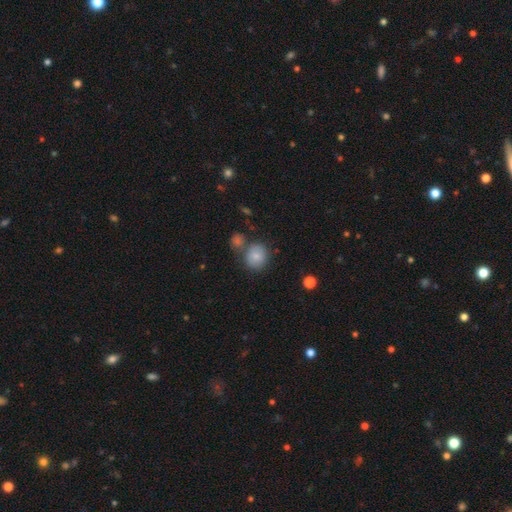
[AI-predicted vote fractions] This appears to be a smooth galaxy with no disk features (83%) that is round (79%). Merging: none (62%).